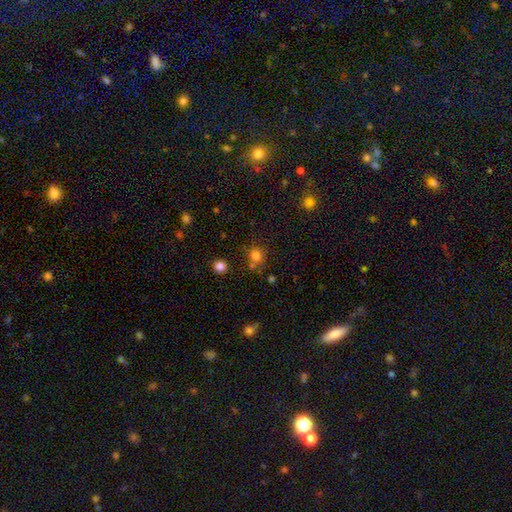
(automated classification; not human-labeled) smooth_or_featured: smooth (p=0.79) [alt: star or artifact p=0.15]
how_rounded: round (p=0.87) [alt: in between p=0.12]
merging: none (p=0.70) [alt: merger p=0.14]